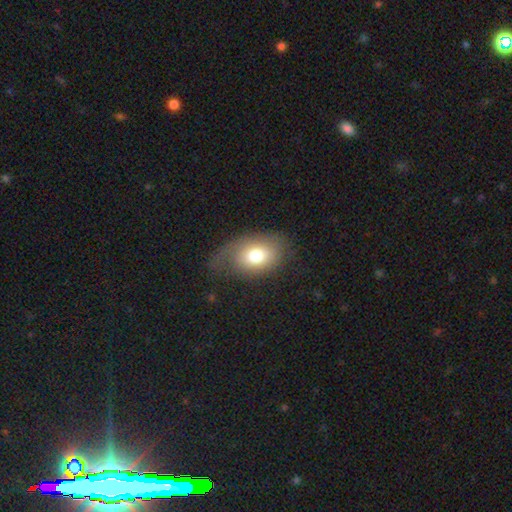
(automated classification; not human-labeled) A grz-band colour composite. It shows a smooth galaxy with no disk features (70%) that is in between round and cigar-shaped (81%). Merging: none (55%).